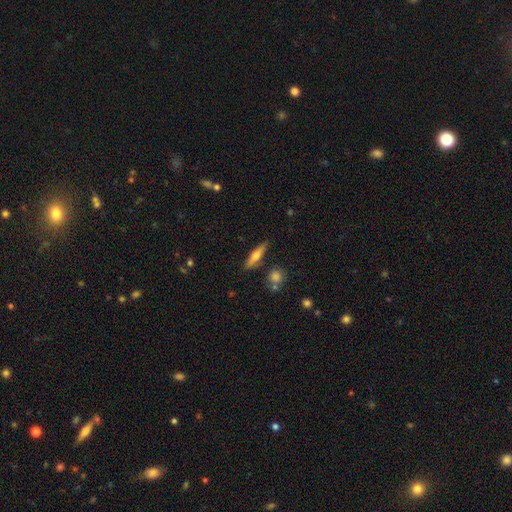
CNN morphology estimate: smooth_or_featured: smooth (p=0.50) [alt: featured or disk p=0.43]
how_rounded: cigar-shaped (p=0.75) [alt: in between p=0.22]
merging: none (p=0.83) [alt: minor disturbance p=0.10]